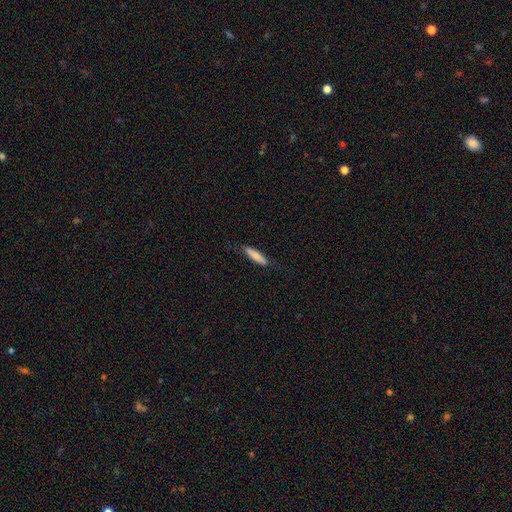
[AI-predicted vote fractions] Smooth or featured: smooth — 72% (featured or disk — 22%)
How rounded: cigar-shaped — 74% (in between — 24%)
Merging: none — 78% (minor disturbance — 17%)